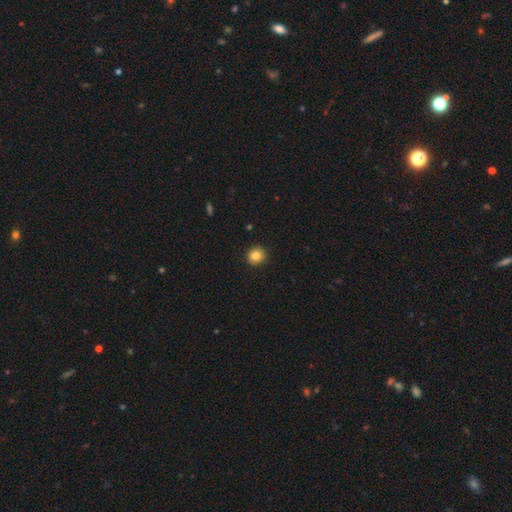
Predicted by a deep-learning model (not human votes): A smooth galaxy with no disk features (83%) that is round (93%).

Vote fractions:
- Smooth or featured? smooth: 83% / star or artifact: 11% / featured or disk: 6%
- How rounded? round: 93% / in between: 6% / cigar-shaped: 1%
- Merging? none: 92% / minor disturbance: 5% / major disturbance: 2% / merger: 1%